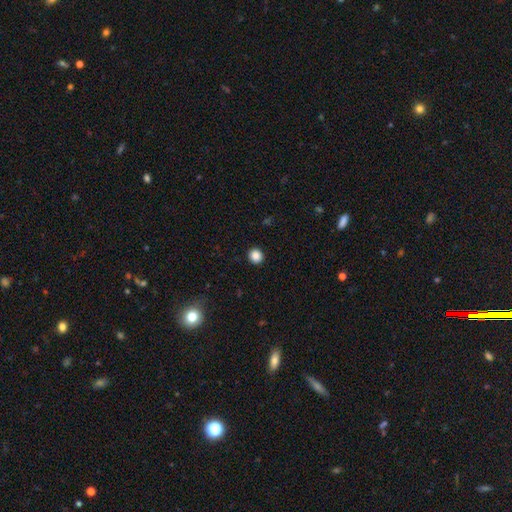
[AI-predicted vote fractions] smooth_or_featured: smooth (p=0.87) [alt: star or artifact p=0.10]
how_rounded: round (p=0.88) [alt: in between p=0.11]
merging: none (p=0.93) [alt: minor disturbance p=0.05]